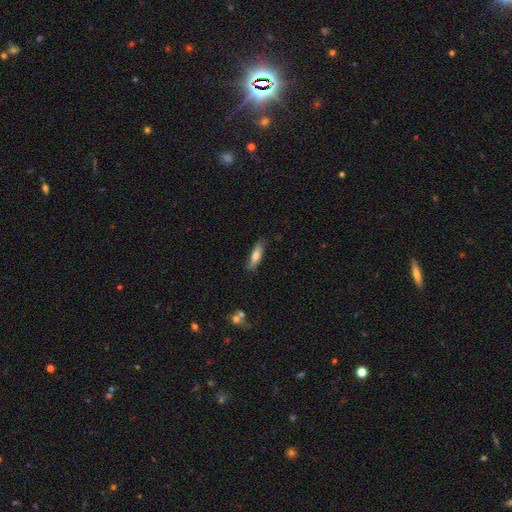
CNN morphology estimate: Smooth or featured? smooth (69%)
How rounded? cigar-shaped (67%)
Merging? none (82%)